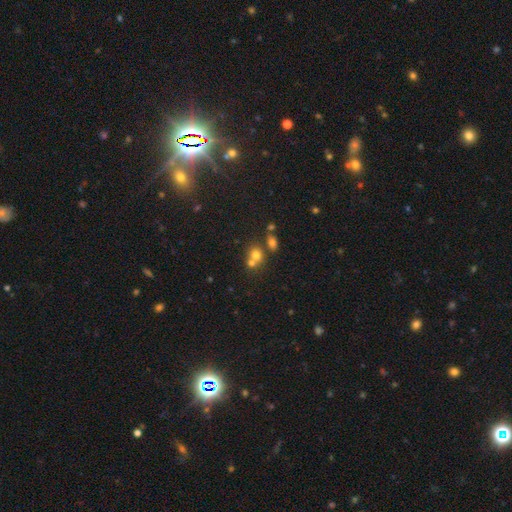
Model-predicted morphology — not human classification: The model was most divided on "merging": merger: 49%, none: 39%, minor disturbance: 8%, major disturbance: 4%. More confident: how rounded — round (70%); smooth or featured — smooth (69%).